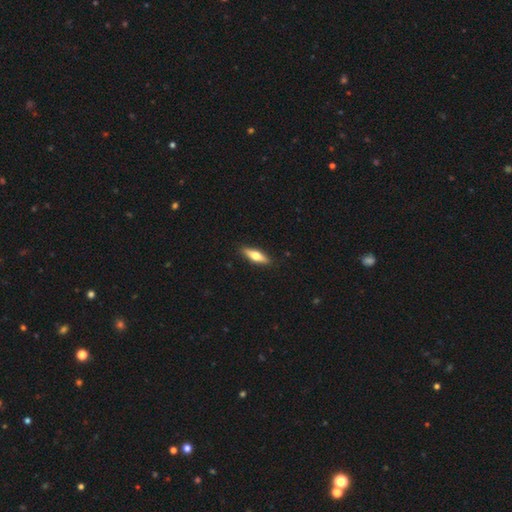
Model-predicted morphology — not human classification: type=smooth (55%); roundness=cigar-shaped (60%); merging=none (90%).